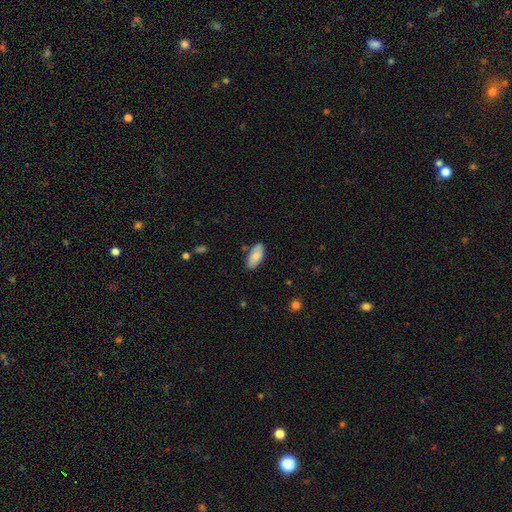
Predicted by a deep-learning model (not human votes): Overall: smooth (82%). How rounded: in between (90%). Merging: none (80%).